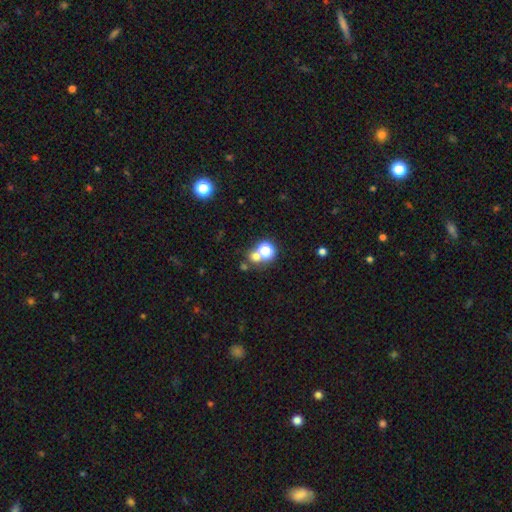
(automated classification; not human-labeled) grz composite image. It shows a smooth galaxy with no disk features (64%) that is round (80%). Merging: none (48%).